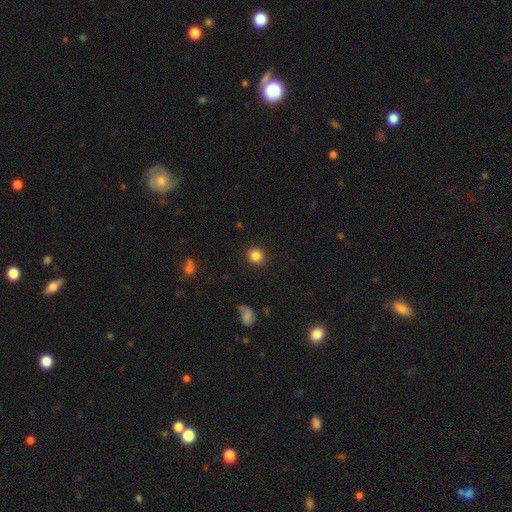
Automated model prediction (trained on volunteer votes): smooth 85%, star or artifact 11%, featured or disk 4%. Down the decision tree: how rounded — round (91%); merging — none (90%).